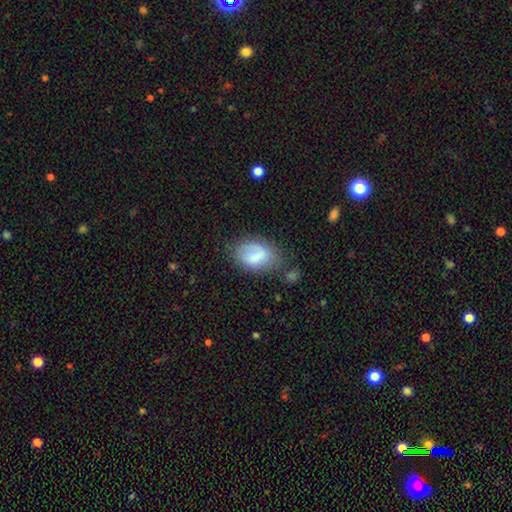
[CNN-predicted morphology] This appears to be a smooth galaxy with no disk features (71%) that is in between round and cigar-shaped (81%). Merging: none (45%).